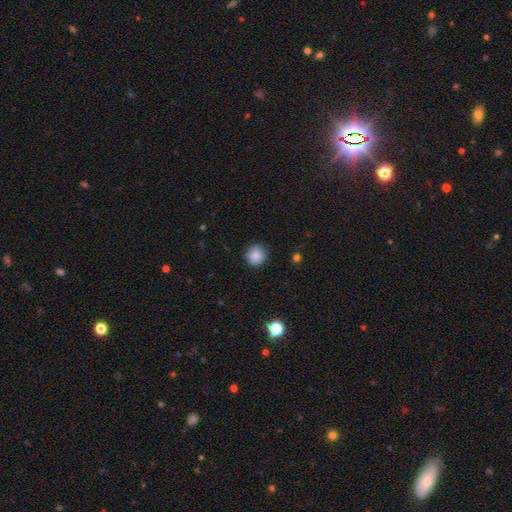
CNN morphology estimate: Smooth or featured? Predicted: smooth (p=0.87). How rounded? Predicted: round (p=0.90). Merging? Predicted: none (p=0.86).